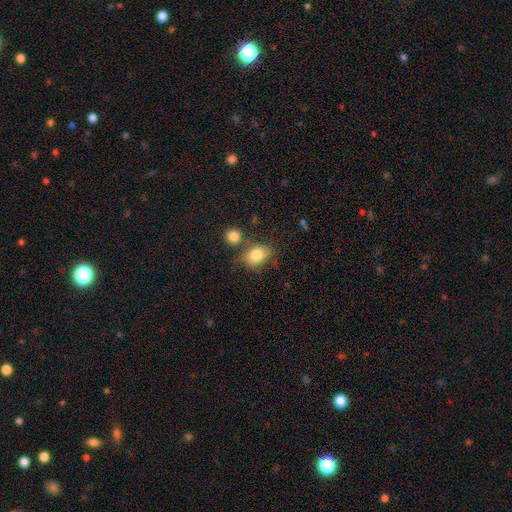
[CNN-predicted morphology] The model was most divided on "merging": none: 57%, minor disturbance: 20%, merger: 15%, major disturbance: 7%. More confident: smooth or featured — smooth (78%); how rounded — in between (70%).